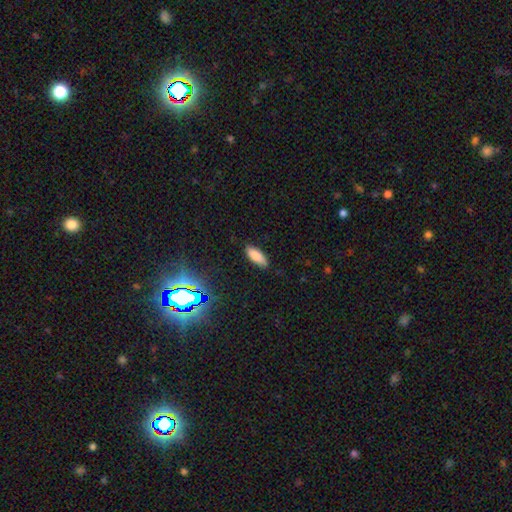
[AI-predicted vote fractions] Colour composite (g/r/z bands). It shows a smooth galaxy with no disk features (82%) that is in between round and cigar-shaped (73%). Merging: none (86%).